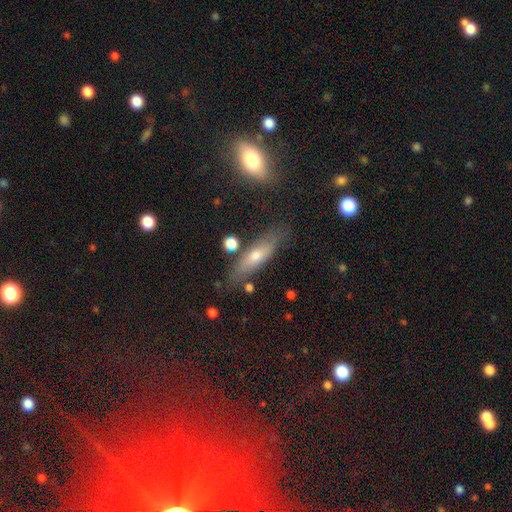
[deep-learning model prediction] Smooth or featured? Predicted: smooth (p=0.54). How rounded? Predicted: cigar-shaped (p=0.63). Merging? Predicted: none (p=0.78).